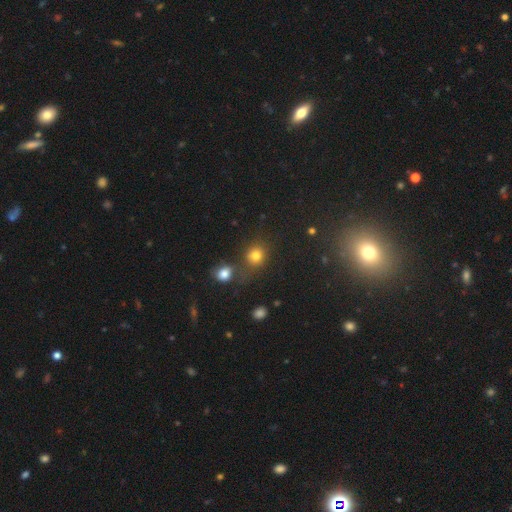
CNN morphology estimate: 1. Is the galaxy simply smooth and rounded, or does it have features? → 78% smooth, 15% star or artifact, 7% featured or disk.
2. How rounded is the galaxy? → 81% round, 18% in between, 1% cigar-shaped.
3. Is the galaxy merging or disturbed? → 62% none, 21% merger, 11% minor disturbance, 6% major disturbance.